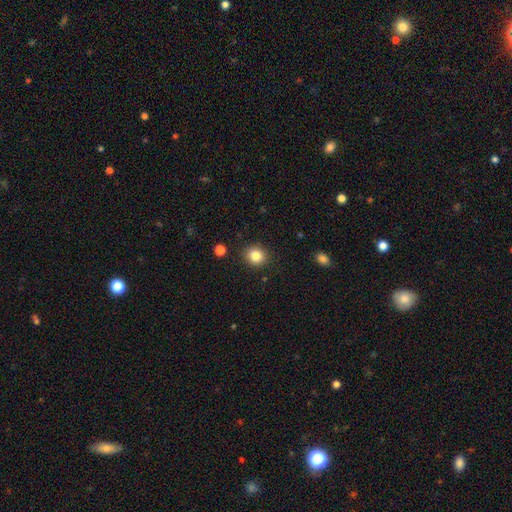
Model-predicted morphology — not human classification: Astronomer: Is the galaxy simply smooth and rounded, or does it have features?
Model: smooth — 84%.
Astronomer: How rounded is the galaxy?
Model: round — 84%.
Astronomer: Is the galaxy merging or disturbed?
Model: none — 90%.